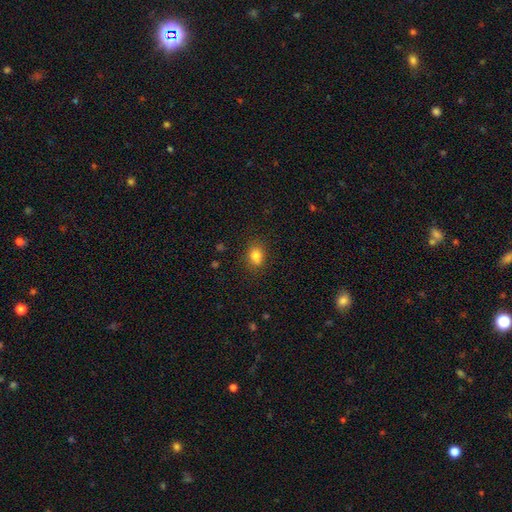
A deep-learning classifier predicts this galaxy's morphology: Smooth or featured? Predicted: smooth (p=0.82). How rounded? Predicted: in between (p=0.64). Merging? Predicted: none (p=0.81).